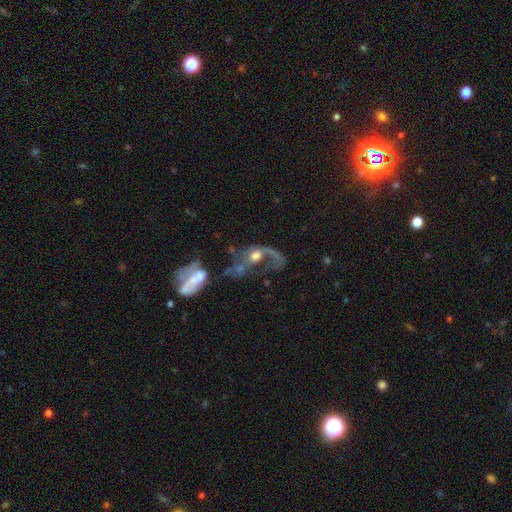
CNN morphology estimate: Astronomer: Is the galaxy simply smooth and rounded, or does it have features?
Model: featured or disk — 67%.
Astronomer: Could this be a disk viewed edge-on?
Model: no — 95%.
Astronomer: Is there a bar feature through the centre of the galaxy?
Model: no — 72%.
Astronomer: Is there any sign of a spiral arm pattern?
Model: yes — 69%.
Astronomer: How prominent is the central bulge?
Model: moderate — 58%.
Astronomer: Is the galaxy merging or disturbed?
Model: major disturbance — 39% (runner-up: merger, 36%).